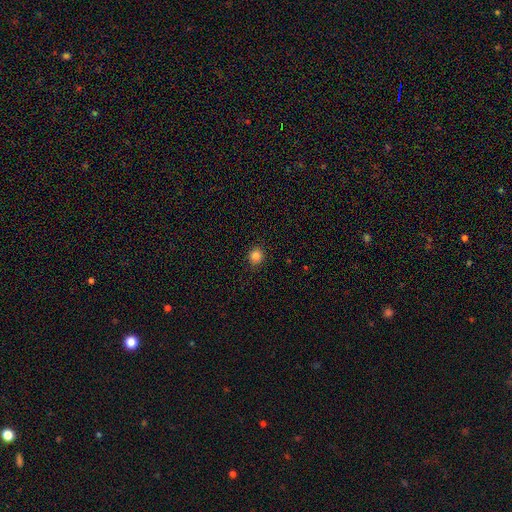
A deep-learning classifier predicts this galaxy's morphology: The model was most divided on "how rounded": round: 83%, in between: 16%, cigar-shaped: 1%. More confident: merging — none (90%); smooth or featured — smooth (85%).